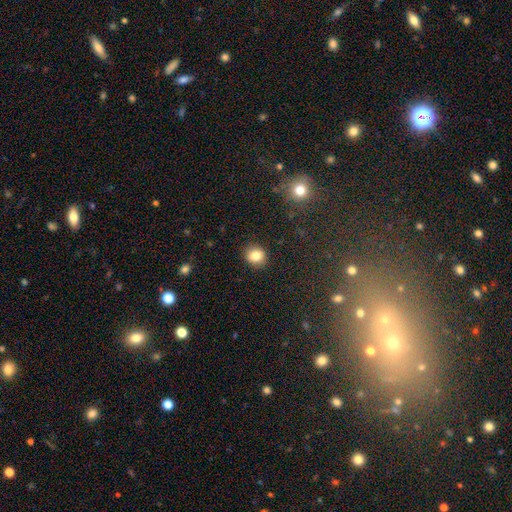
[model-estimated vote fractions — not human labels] Overall: smooth (83%). How rounded: round (83%). Merging: none (90%).